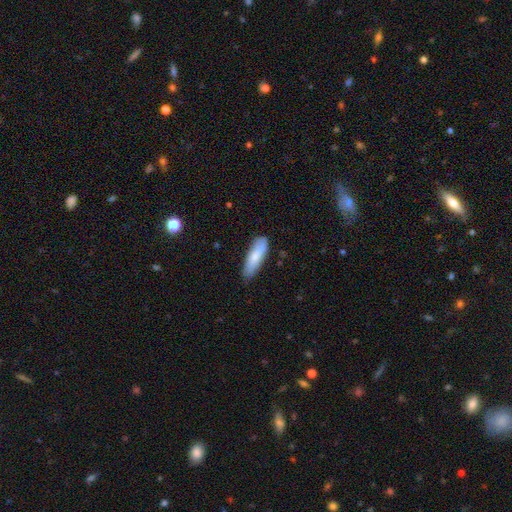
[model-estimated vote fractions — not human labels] Smooth or featured? Predicted: smooth (p=0.75). How rounded? Predicted: cigar-shaped (p=0.50). Merging? Predicted: none (p=0.76).